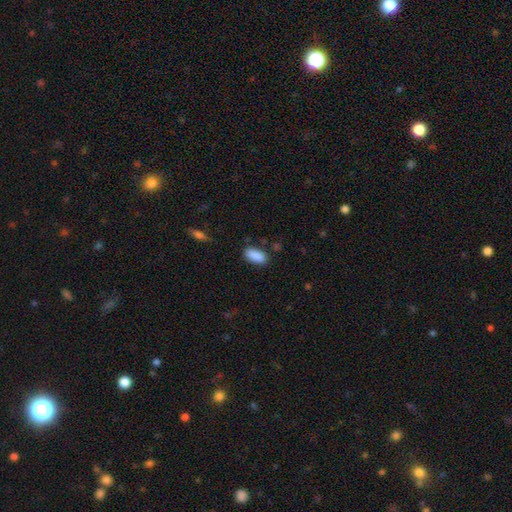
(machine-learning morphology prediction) smooth-or-featured: smooth: 90% | star or artifact: 7% | featured or disk: 3%
  how-rounded: in between: 90% | cigar-shaped: 8% | round: 2%
  merging: none: 84% | minor disturbance: 11% | major disturbance: 3% | merger: 2%